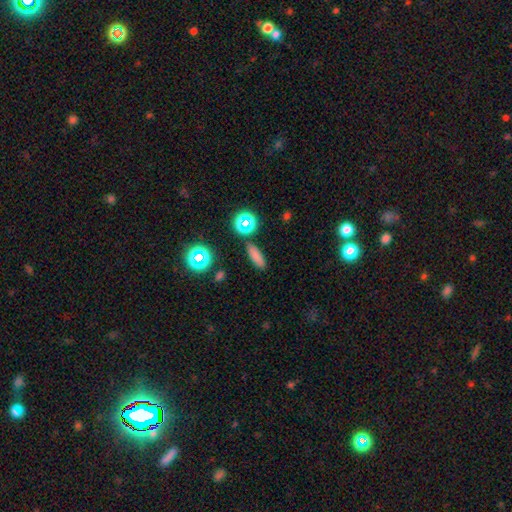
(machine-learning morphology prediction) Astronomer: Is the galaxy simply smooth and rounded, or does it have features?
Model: smooth — 76%.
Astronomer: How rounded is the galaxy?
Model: cigar-shaped — 50% (runner-up: in between, 43%).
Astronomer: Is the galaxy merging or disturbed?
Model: none — 86%.